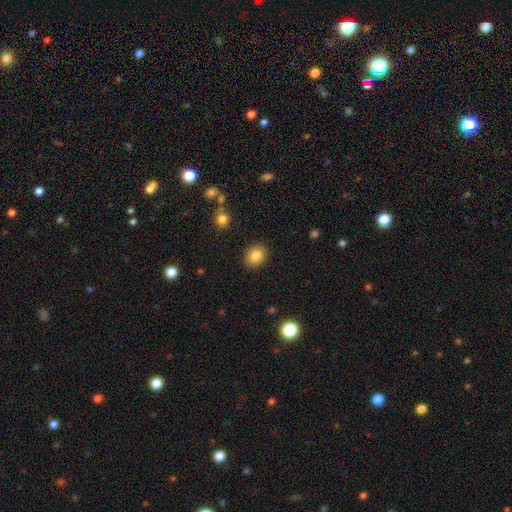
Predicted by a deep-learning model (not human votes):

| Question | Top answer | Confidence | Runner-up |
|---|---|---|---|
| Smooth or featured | smooth | 83% | star or artifact (10%) |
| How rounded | round | 59% | in between (40%) |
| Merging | none | 89% | minor disturbance (7%) |